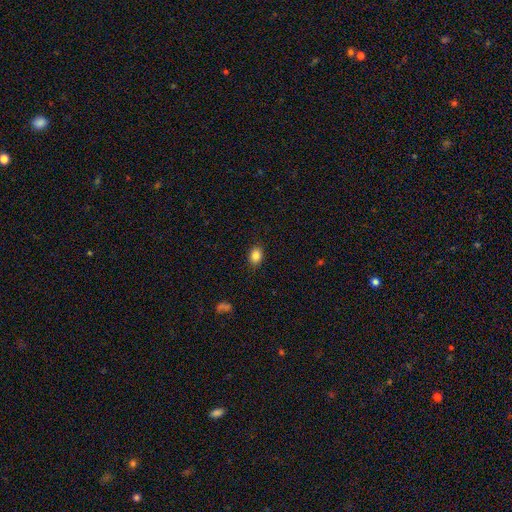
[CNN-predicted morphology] Overall: smooth (85%). How rounded: in between (66%; round 33%). Merging: none (88%).